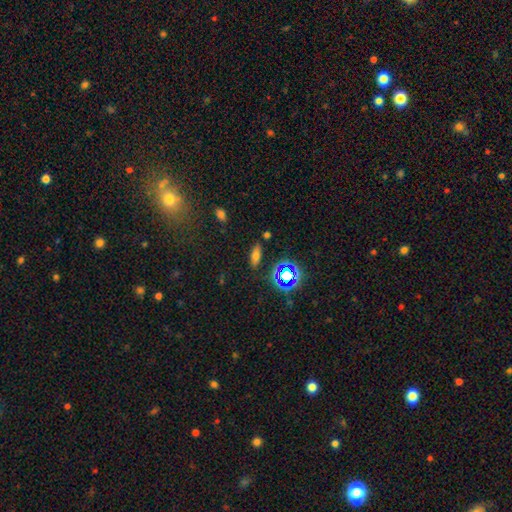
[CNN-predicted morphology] smooth_or_featured: smooth (p=0.62) [alt: star or artifact p=0.22]
how_rounded: in between (p=0.67) [alt: cigar-shaped p=0.26]
merging: none (p=0.83) [alt: minor disturbance p=0.10]